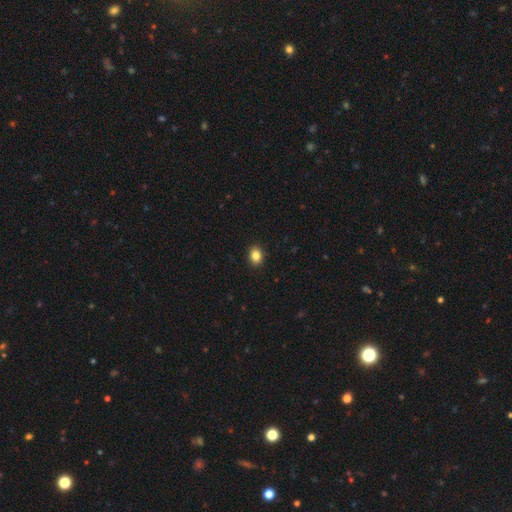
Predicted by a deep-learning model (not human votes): This is clearly a smooth galaxy (85%). How rounded: possibly in between (51%). Merging: clearly none (91%).